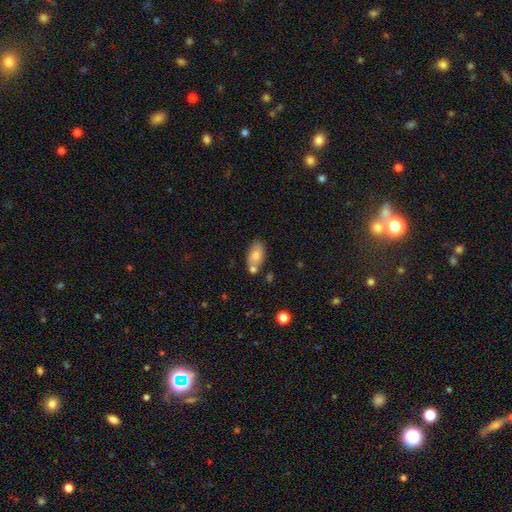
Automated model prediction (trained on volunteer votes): Smooth or featured: smooth — 74% (featured or disk — 18%)
How rounded: in between — 91% (round — 6%)
Merging: none — 61% (minor disturbance — 18%)